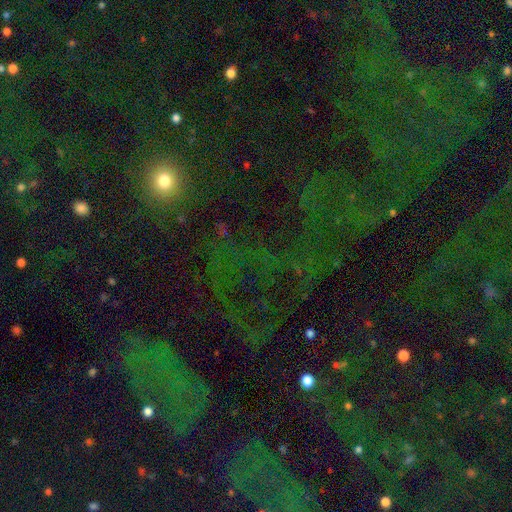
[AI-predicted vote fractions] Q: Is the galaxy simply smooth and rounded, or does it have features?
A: star or artifact — 58%.